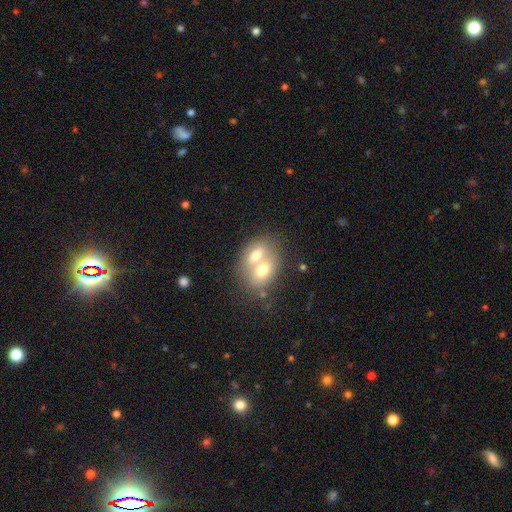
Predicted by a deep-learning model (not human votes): smooth_or_featured: smooth (p=0.64) [alt: featured or disk p=0.28]
how_rounded: in between (p=0.70) [alt: round p=0.28]
merging: merger (p=0.72) [alt: none p=0.19]